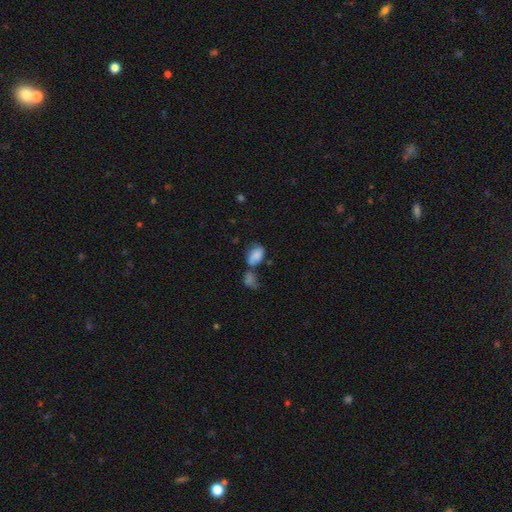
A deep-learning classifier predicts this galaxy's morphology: The model was most divided on "merging": merger: 43%, none: 30%, minor disturbance: 17%, major disturbance: 11%. More confident: how rounded — in between (87%); smooth or featured — smooth (79%).